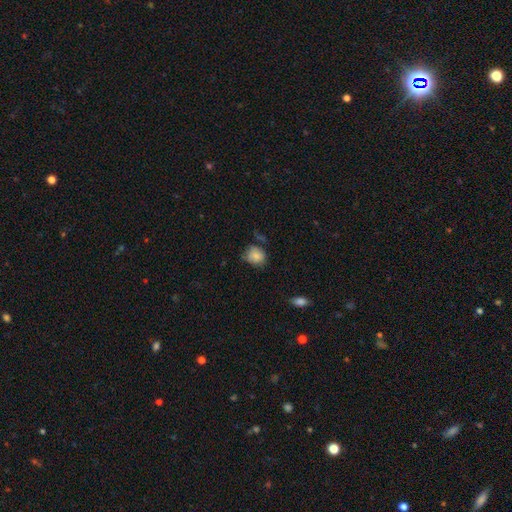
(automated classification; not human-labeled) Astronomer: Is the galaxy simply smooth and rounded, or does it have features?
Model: smooth — 80%.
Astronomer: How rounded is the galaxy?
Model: round — 68%.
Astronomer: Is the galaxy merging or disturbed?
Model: none — 58%.